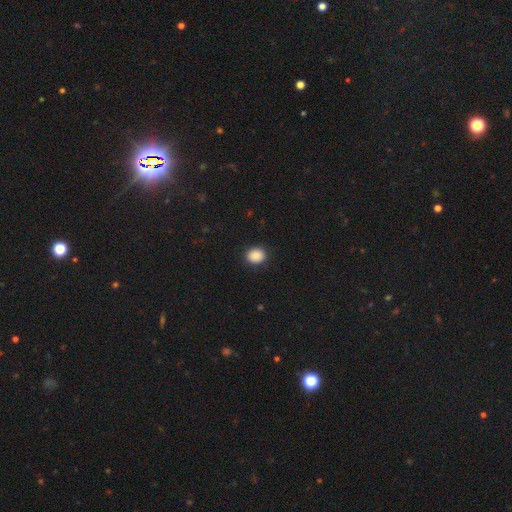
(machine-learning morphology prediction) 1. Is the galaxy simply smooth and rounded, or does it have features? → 89% smooth, 8% star or artifact, 2% featured or disk.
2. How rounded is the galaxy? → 67% round, 32% in between, 1% cigar-shaped.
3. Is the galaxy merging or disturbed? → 90% none, 7% minor disturbance, 2% major disturbance, 1% merger.